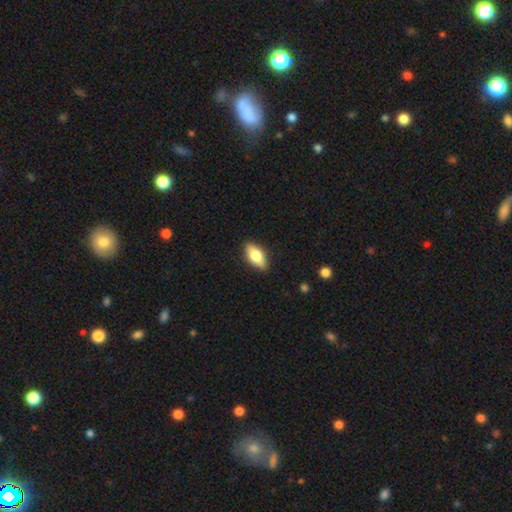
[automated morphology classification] This appears to be a smooth galaxy with no disk features (69%) that is in between round and cigar-shaped (85%). Merging: none (87%).